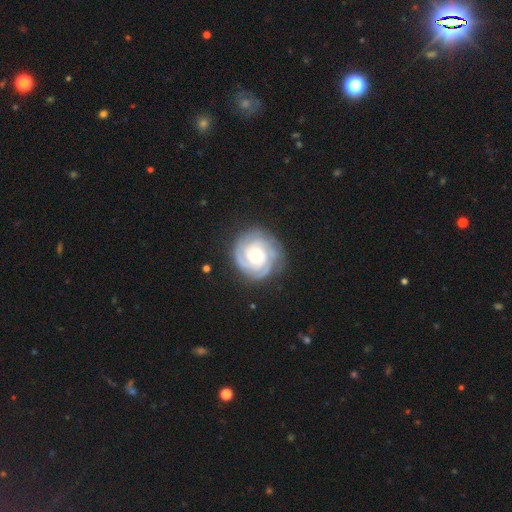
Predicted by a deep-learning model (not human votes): The model was most divided on "spiral arm count": 3: 39%, can't tell: 19%, 2: 17%, 4: 13%, more than 4: 7%, 1: 6%. More confident: edge-on disk — no (98%); spiral arms — yes (98%); smooth or featured — featured or disk (87%); merging — none (81%); spiral winding — tight (80%); bar — no (76%); bulge size — moderate (57%).